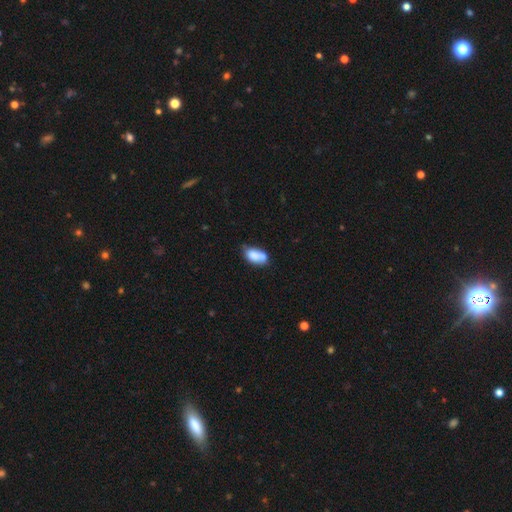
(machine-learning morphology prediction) This appears to be a smooth galaxy with no disk features (77%) that is in between round and cigar-shaped (88%). Merging: none (43%).